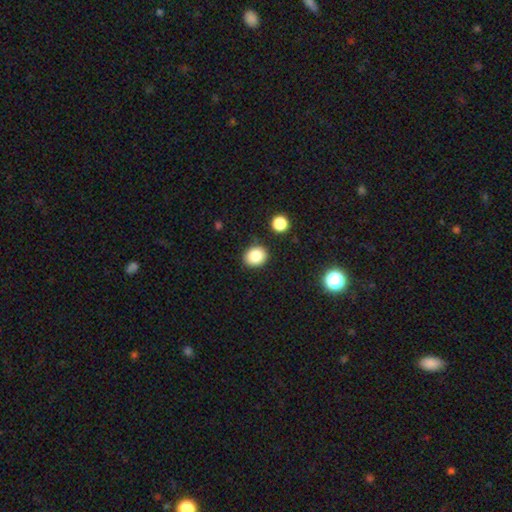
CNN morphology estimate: Overall: smooth (84%). How rounded: round (64%; in between 35%). Merging: none (86%).